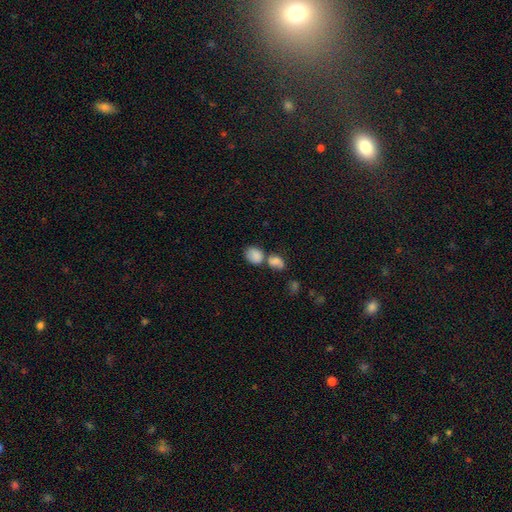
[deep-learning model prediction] Smooth or featured? Predicted: smooth (p=0.83). How rounded? Predicted: in between (p=0.59). Merging? Predicted: merger (p=0.50).